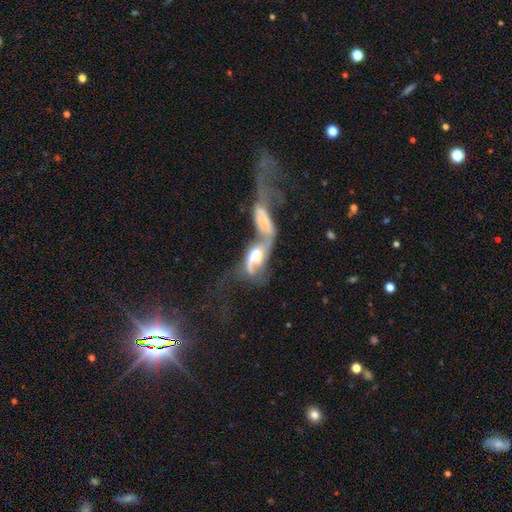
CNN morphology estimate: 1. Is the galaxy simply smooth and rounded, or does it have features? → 72% featured or disk, 20% smooth, 8% star or artifact.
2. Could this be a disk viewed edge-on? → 93% no, 7% yes.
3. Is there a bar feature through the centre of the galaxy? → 56% no, 29% weak, 15% strong.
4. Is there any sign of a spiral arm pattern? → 77% yes, 23% no.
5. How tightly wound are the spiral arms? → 70% loose, 21% medium, 9% tight.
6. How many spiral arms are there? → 67% 2, 15% 1, 13% can't tell, 2% 3, 1% 4, 1% more than 4.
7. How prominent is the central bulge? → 39% moderate, 33% large, 12% small, 11% none, 6% dominant.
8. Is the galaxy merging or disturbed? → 77% merger, 13% major disturbance, 6% none, 4% minor disturbance.